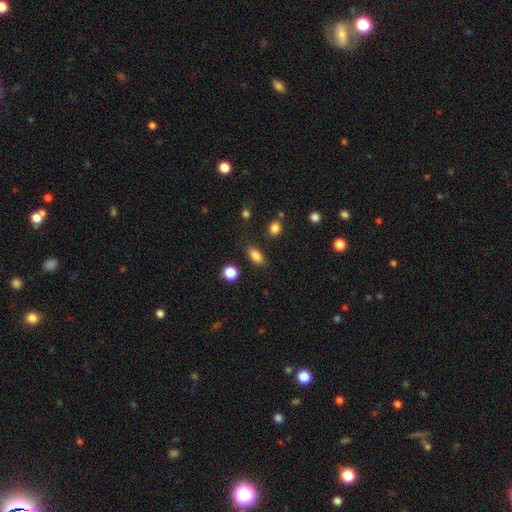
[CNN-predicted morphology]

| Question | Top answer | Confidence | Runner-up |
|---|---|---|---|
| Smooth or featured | smooth | 85% | star or artifact (10%) |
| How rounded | in between | 86% | round (9%) |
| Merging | none | 83% | minor disturbance (11%) |